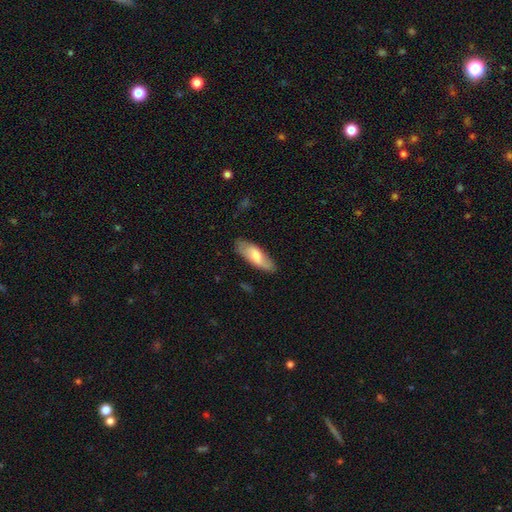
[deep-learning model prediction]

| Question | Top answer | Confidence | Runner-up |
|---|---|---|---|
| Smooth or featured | smooth | 71% | featured or disk (24%) |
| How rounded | in between | 64% | cigar-shaped (34%) |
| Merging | none | 80% | minor disturbance (16%) |